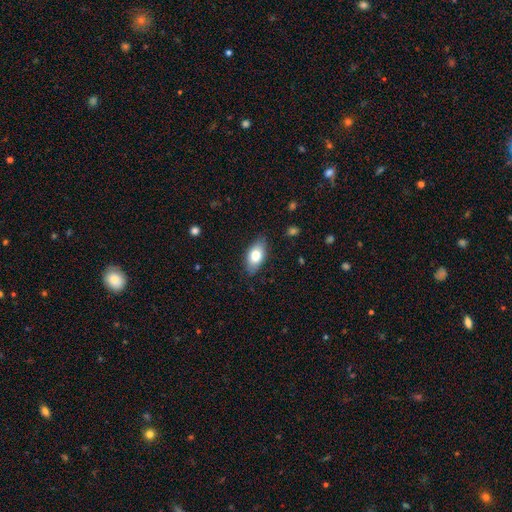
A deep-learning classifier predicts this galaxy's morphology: Smooth or featured? Predicted: smooth (p=0.76). How rounded? Predicted: in between (p=0.91). Merging? Predicted: none (p=0.83).